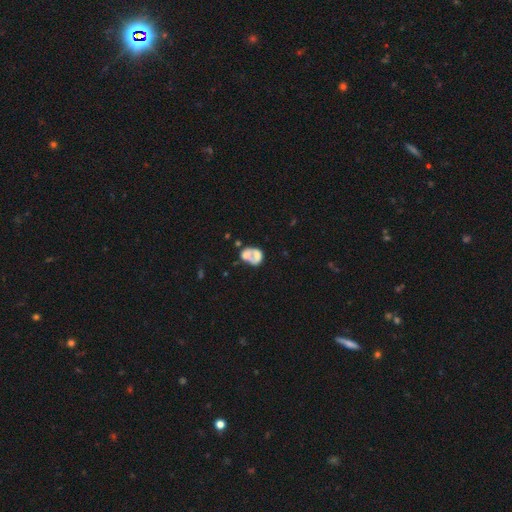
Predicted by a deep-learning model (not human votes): Q: Smooth or featured?
A: smooth (53%); runner-up: featured or disk (37%)
Q: How rounded?
A: in between (58%); runner-up: round (40%)
Q: Merging?
A: merger (43%); runner-up: none (26%)